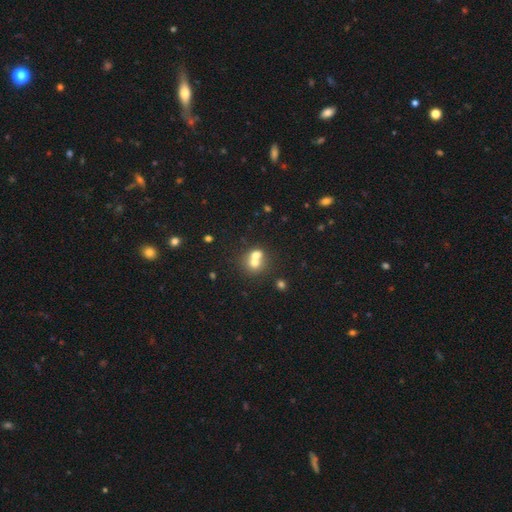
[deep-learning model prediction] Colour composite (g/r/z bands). It shows a smooth galaxy with no disk features (65%) that is round (74%). Merging: merger (61%).